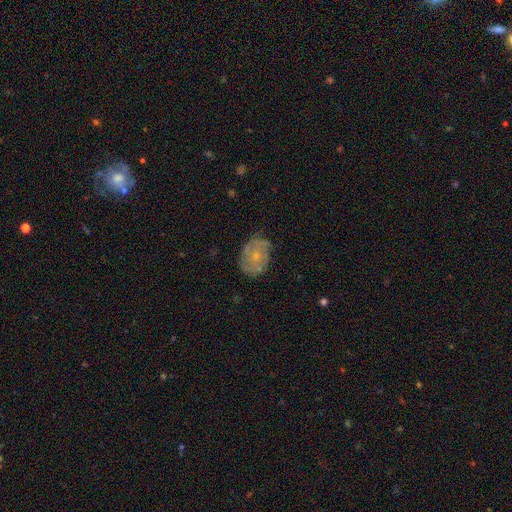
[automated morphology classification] A featured or disk galaxy (62%) with no bar (83%), spiral arms (79%) and a small central bulge (66%).

Vote fractions:
- Smooth or featured? featured or disk: 62% / smooth: 30% / star or artifact: 8%
- Edge-on disk? no: 97% / yes: 3%
- Bar? no: 83% / weak: 15% / strong: 2%
- Spiral arms? yes: 79% / no: 21%
- Bulge size? small: 66% / moderate: 27% / none: 5% / large: 1% / dominant: 1%
- Merging? none: 72% / minor disturbance: 21% / major disturbance: 6% / merger: 1%